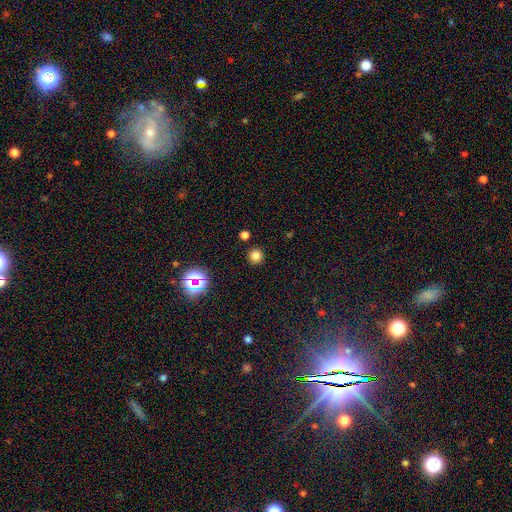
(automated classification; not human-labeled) This appears to be a smooth galaxy with no disk features (78%) that is round (94%). Merging: none (90%).